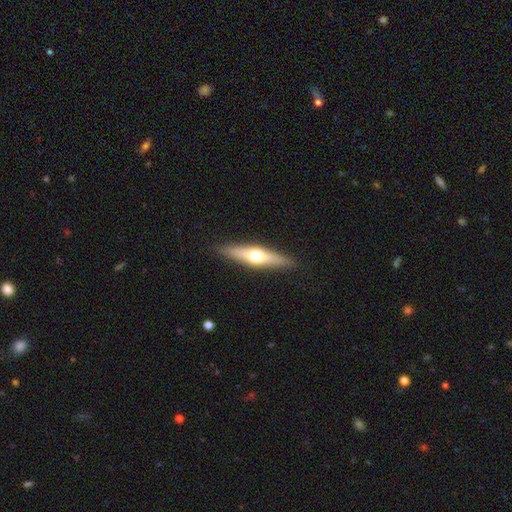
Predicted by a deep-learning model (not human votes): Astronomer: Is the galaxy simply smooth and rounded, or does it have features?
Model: featured or disk — 53% (runner-up: smooth, 41%).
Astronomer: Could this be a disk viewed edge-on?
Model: yes — 92%.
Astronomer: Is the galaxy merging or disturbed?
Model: none — 89%.